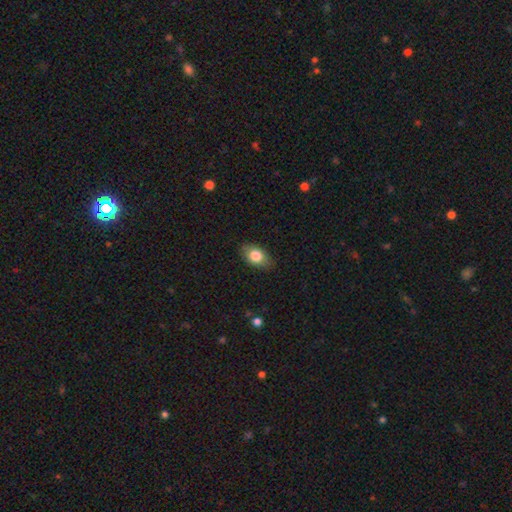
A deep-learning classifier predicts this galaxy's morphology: smooth_or_featured: smooth (p=0.79) [alt: featured or disk p=0.13]
how_rounded: in between (p=0.85) [alt: round p=0.13]
merging: none (p=0.80) [alt: minor disturbance p=0.16]